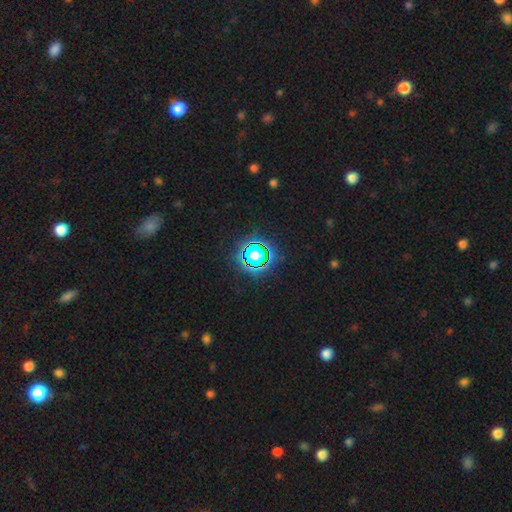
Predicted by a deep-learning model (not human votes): Smooth or featured? Predicted: star or artifact (p=0.66).